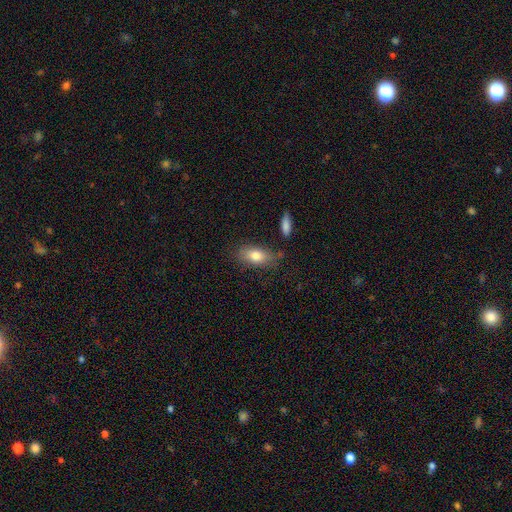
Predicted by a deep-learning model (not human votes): smooth_or_featured: smooth (p=0.79) [alt: featured or disk p=0.14]
how_rounded: in between (p=0.87) [alt: cigar-shaped p=0.07]
merging: none (p=0.73) [alt: minor disturbance p=0.18]